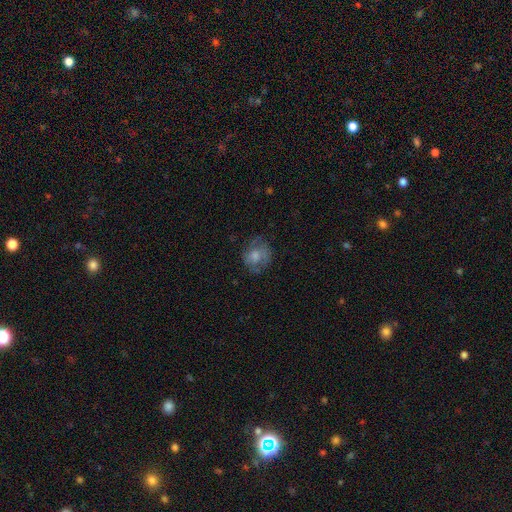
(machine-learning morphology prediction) Smooth or featured? smooth (58%)
How rounded? round (70%)
Merging? none (60%)